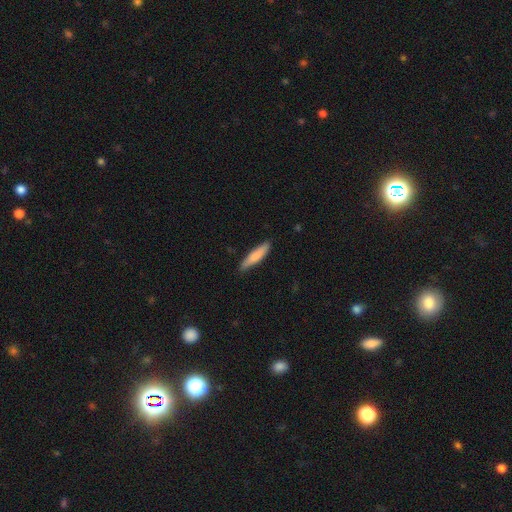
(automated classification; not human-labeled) Q: Smooth or featured?
A: smooth (79%); runner-up: featured or disk (15%)
Q: How rounded?
A: cigar-shaped (80%); runner-up: in between (19%)
Q: Merging?
A: none (85%); runner-up: minor disturbance (12%)